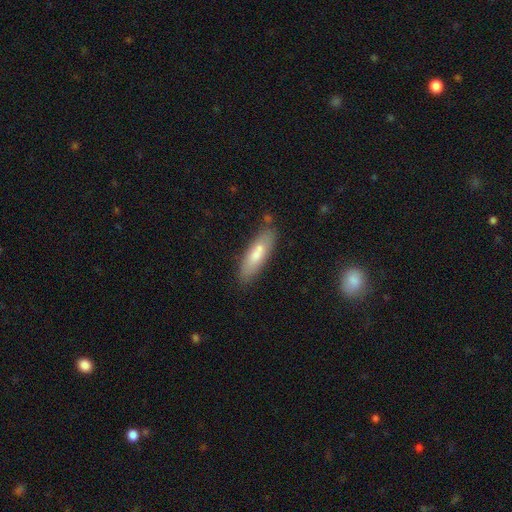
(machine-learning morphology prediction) A smooth galaxy with no disk features (66%) that is cigar-shaped (60%). Merging: none (81%).